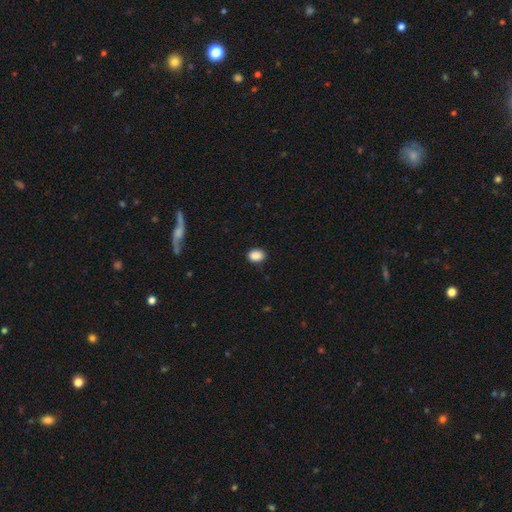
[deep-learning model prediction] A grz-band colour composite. It shows a smooth galaxy with no disk features (89%) that is in between round and cigar-shaped (74%). Merging: none (88%).